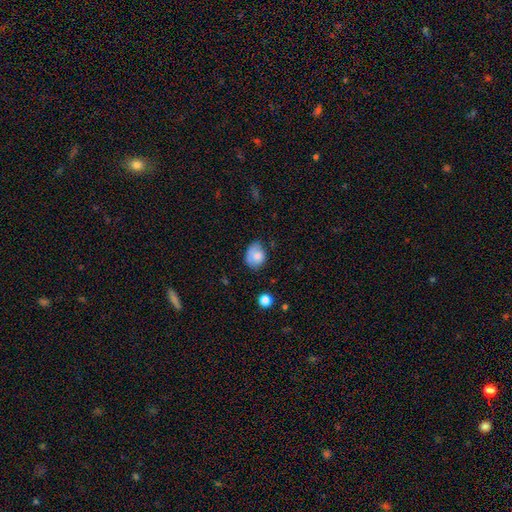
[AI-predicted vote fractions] This is likely a smooth galaxy (74%). How rounded: possibly in between (55%). Merging: possibly none (51%).